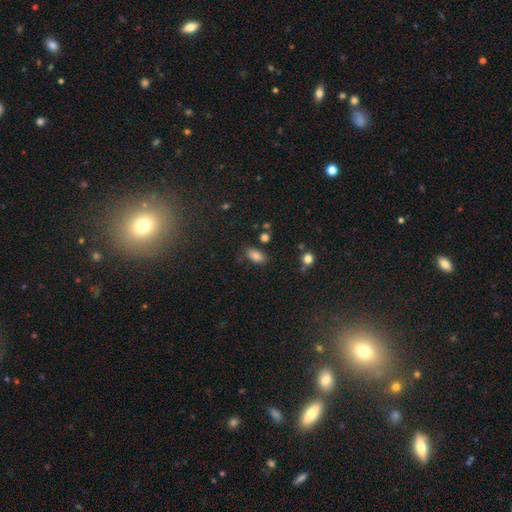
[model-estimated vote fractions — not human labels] This is clearly a smooth galaxy (82%). How rounded: clearly in between (91%). Merging: likely none (78%).